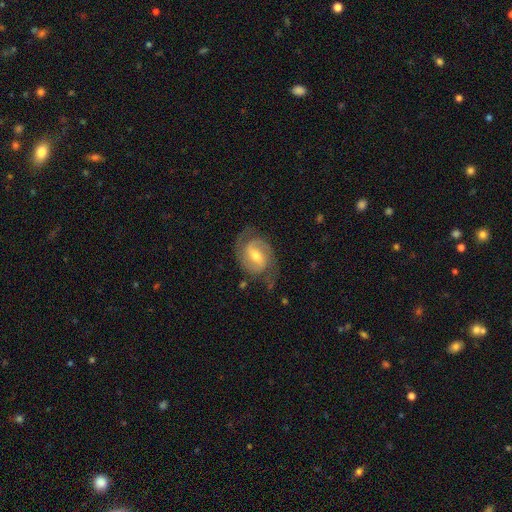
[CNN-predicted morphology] A featured or disk galaxy (85%) with a weak bar (52%), 2 (88%) medium (48%) spiral arms (96%) and a moderate central bulge (61%). Merging: none (72%).